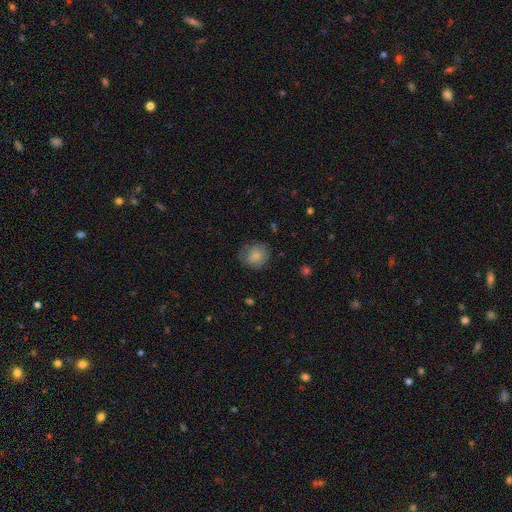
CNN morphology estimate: smooth-or-featured: smooth: 77% | featured or disk: 15% | star or artifact: 8%
  how-rounded: round: 79% | in between: 20% | cigar-shaped: 1%
  merging: none: 68% | minor disturbance: 22% | major disturbance: 9% | merger: 1%